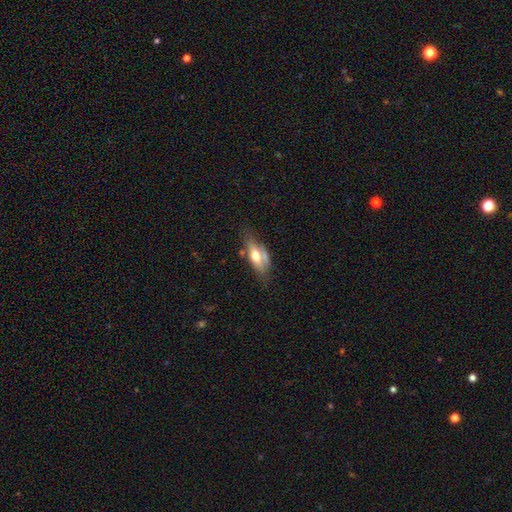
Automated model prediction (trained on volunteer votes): Smooth or featured? Predicted: smooth (p=0.54). How rounded? Predicted: in between (p=0.74). Merging? Predicted: none (p=0.54).